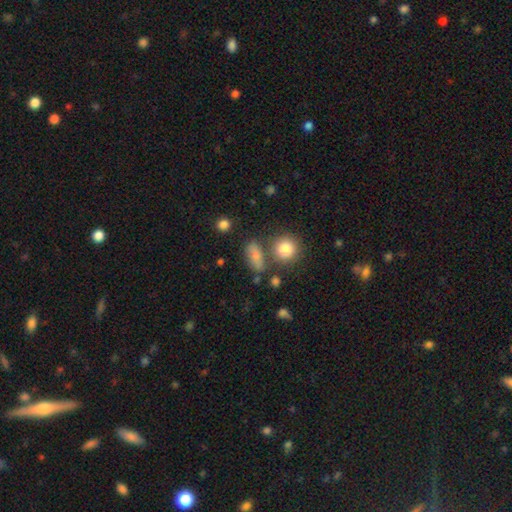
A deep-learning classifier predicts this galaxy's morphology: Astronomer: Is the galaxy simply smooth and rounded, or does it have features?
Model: smooth — 75%.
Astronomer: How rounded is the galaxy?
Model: in between — 64%.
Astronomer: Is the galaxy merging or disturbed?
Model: none — 62%.